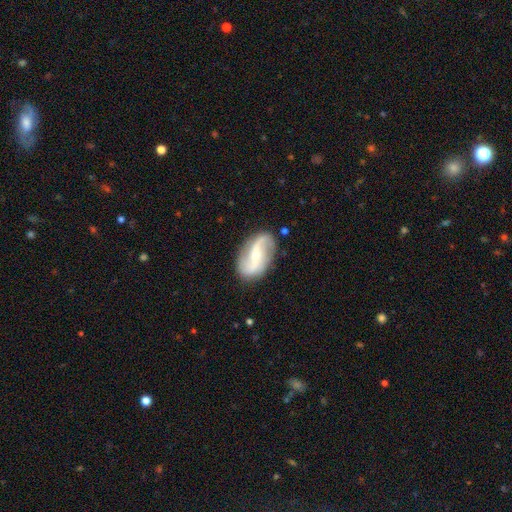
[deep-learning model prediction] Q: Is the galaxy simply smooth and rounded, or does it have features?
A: featured or disk — 84%.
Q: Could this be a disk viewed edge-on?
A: no — 96%.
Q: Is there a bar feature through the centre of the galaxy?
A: weak — 34%, tied with strong.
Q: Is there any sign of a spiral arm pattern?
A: yes — 94%.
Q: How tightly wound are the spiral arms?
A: loose — 72%.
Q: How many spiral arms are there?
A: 2 — 92%.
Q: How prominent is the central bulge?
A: small — 61%.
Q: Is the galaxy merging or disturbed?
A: none — 82%.